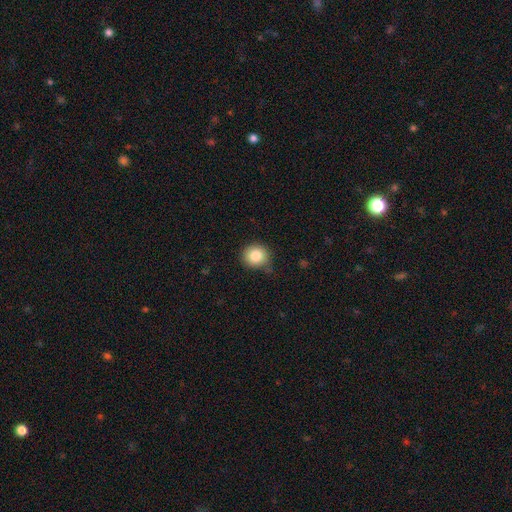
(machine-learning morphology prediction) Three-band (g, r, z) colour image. It shows a smooth galaxy with no disk features (84%) that is round (88%). Merging: none (71%).